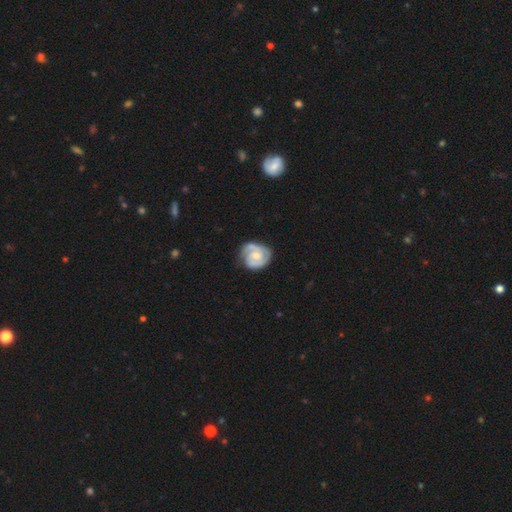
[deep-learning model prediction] Smooth or featured? Predicted: featured or disk (p=0.78). Edge-on disk? Predicted: no (p=0.98). Bar? Predicted: no (p=0.61). Spiral arms? Predicted: yes (p=0.93). Spiral winding? Predicted: tight (p=0.62). Spiral arm count? Predicted: 2 (p=0.60). Bulge size? Predicted: moderate (p=0.52). Merging? Predicted: none (p=0.63).